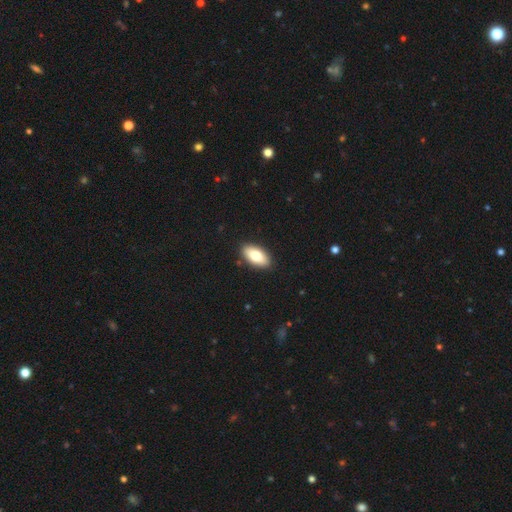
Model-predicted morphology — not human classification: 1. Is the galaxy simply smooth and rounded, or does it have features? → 77% smooth, 17% featured or disk, 6% star or artifact.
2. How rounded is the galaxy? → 92% in between, 5% cigar-shaped, 3% round.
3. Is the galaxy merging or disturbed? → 89% none, 8% minor disturbance, 2% major disturbance, 1% merger.